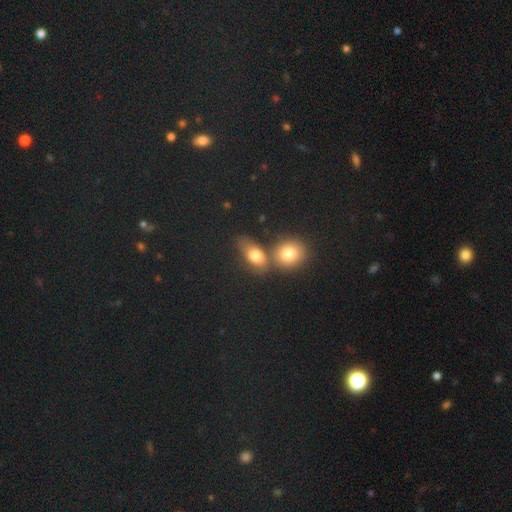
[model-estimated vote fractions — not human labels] This is likely a smooth galaxy (76%). How rounded: likely in between (72%). Merging: possibly none (46%).